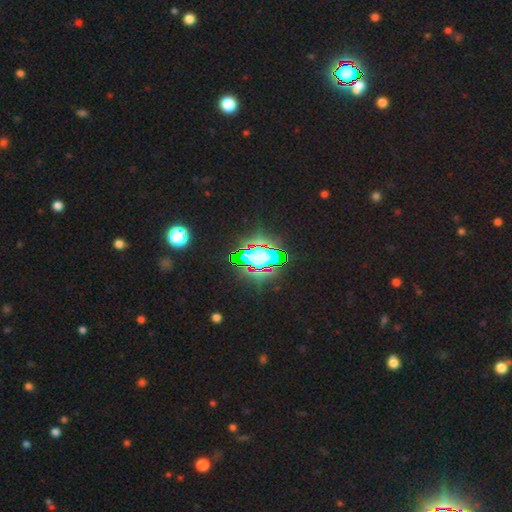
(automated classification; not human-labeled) Smooth or featured? star or artifact (67%)